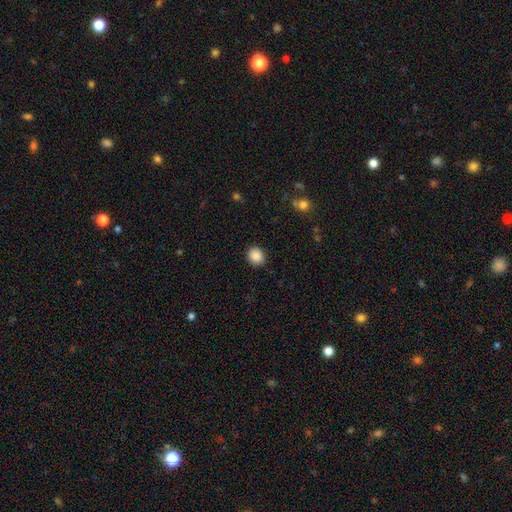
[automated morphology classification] Smooth or featured? smooth (88%)
How rounded? round (66%)
Merging? none (89%)